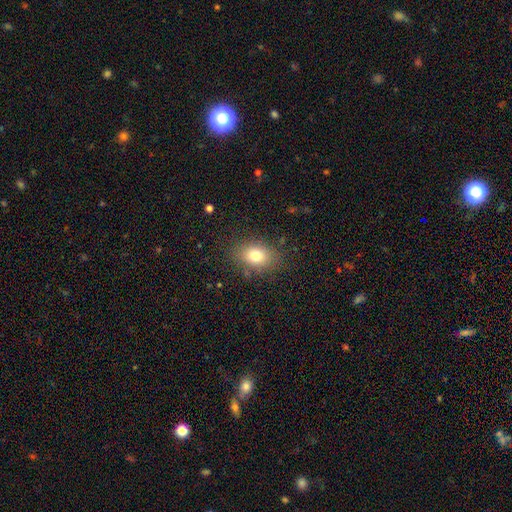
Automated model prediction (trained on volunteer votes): This is likely a smooth galaxy (78%). How rounded: likely in between (73%). Merging: clearly none (83%).